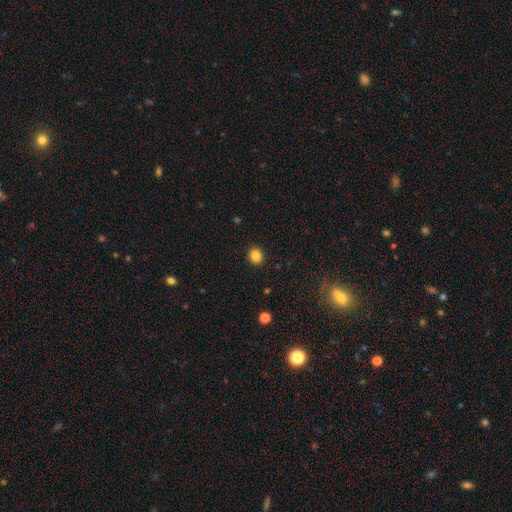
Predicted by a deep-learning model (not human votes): This is clearly a smooth galaxy (85%). How rounded: likely round (69%). Merging: clearly none (91%).